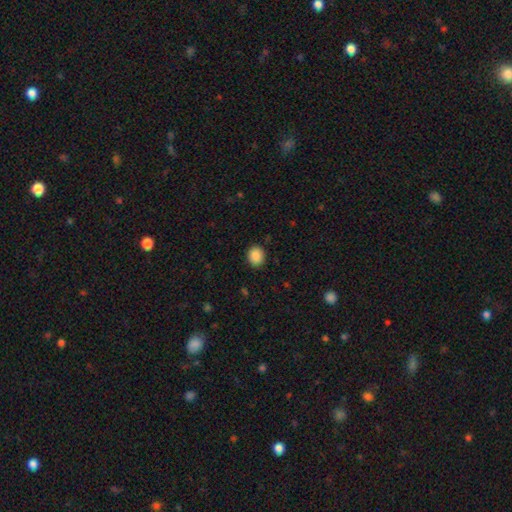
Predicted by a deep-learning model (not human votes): Smooth or featured? smooth (89%)
How rounded? round (67%)
Merging? none (89%)